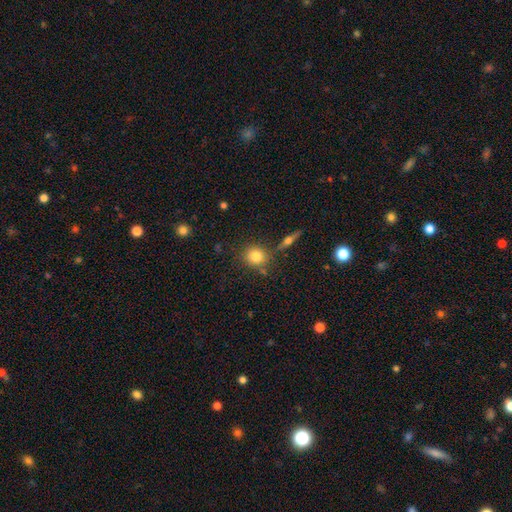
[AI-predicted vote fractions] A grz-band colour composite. It shows a smooth galaxy with no disk features (79%) that is round (83%). Merging: none (76%).